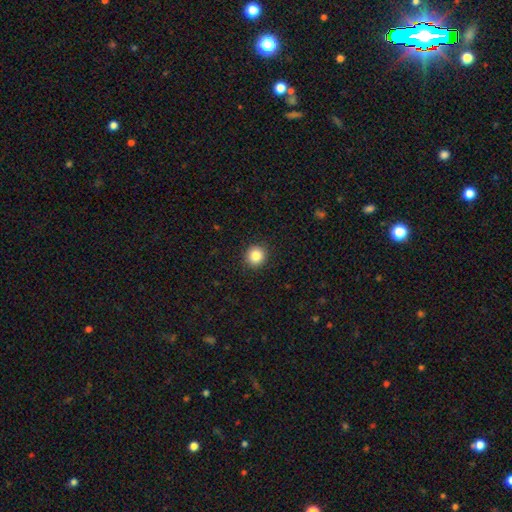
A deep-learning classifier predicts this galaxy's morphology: smooth_or_featured: smooth (p=0.85) [alt: star or artifact p=0.10]
how_rounded: round (p=0.92) [alt: in between p=0.07]
merging: none (p=0.92) [alt: minor disturbance p=0.05]